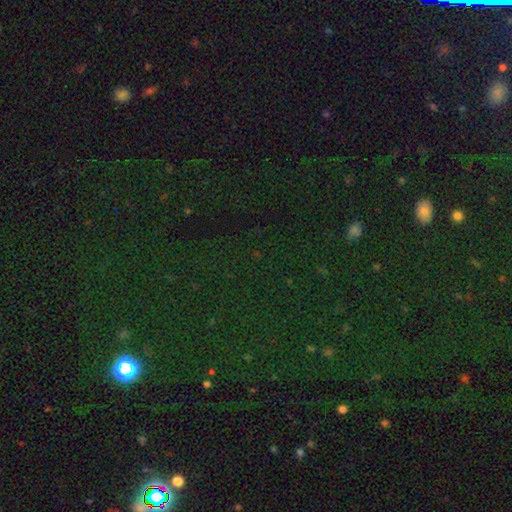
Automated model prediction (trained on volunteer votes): Smooth or featured: star or artifact — 78% (smooth — 15%)